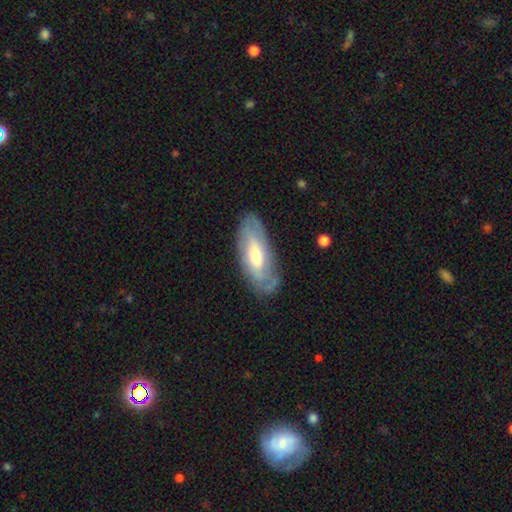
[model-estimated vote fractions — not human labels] This is likely a featured or disk galaxy (62%). It is clearly not viewed edge-on (82%). Bar: possibly no (50%). Spiral arm pattern: likely yes (71%). Central bulge: likely moderate (62%). Merging: likely none (77%).